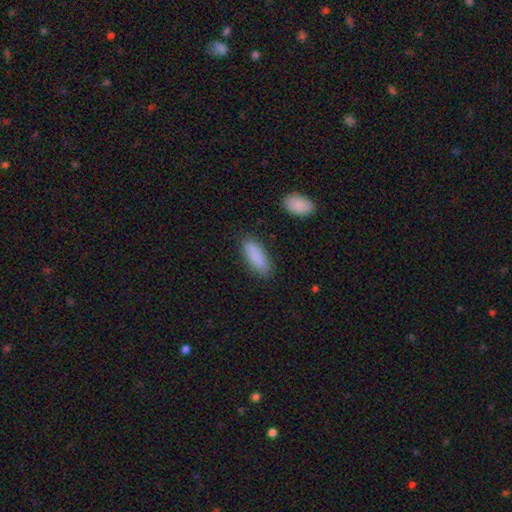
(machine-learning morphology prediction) Q: Smooth or featured?
A: smooth (88%); runner-up: star or artifact (6%)
Q: How rounded?
A: in between (66%); runner-up: cigar-shaped (32%)
Q: Merging?
A: none (84%); runner-up: minor disturbance (11%)